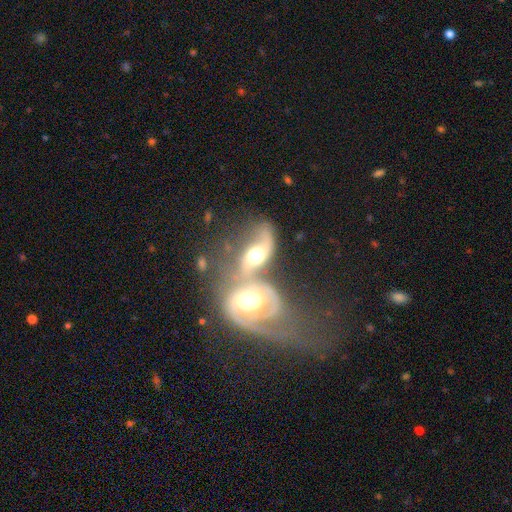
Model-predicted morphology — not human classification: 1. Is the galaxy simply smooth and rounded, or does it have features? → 73% featured or disk, 20% smooth, 7% star or artifact.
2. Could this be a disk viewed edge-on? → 93% no, 7% yes.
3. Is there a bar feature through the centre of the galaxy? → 48% no, 35% weak, 18% strong.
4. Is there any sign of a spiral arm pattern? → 91% yes, 9% no.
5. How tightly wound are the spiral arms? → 54% loose, 33% medium, 13% tight.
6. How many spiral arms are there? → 84% 2, 8% 1, 5% can't tell, 1% 3, 1% 4, 1% more than 4.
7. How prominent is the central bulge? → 60% moderate, 29% large, 6% small, 3% dominant, 2% none.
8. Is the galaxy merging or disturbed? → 74% merger, 14% none, 7% major disturbance, 6% minor disturbance.